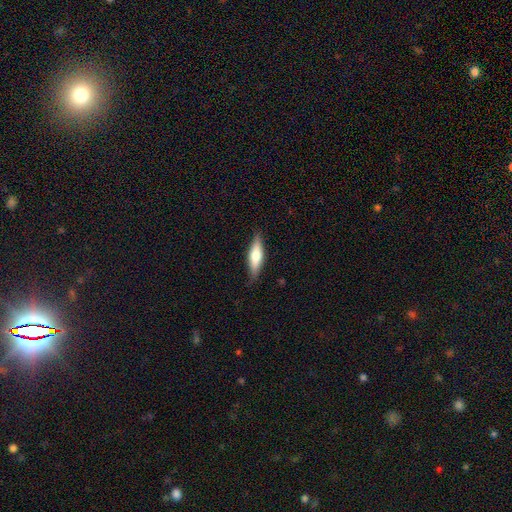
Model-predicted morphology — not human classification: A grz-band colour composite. It shows a smooth galaxy with no disk features (56%) that is cigar-shaped (62%). Merging: none (84%).